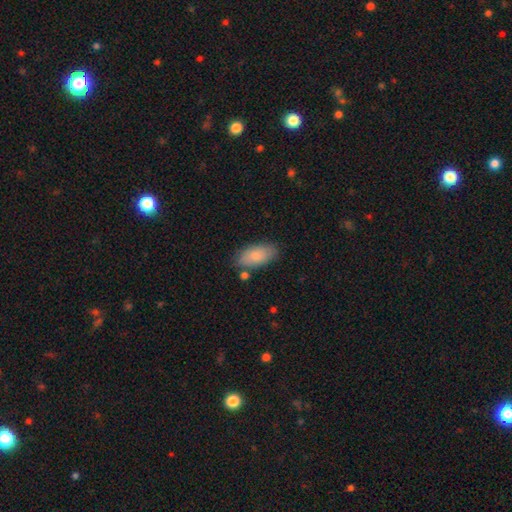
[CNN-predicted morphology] Smooth or featured: smooth — 84% (featured or disk — 10%)
How rounded: in between — 92% (cigar-shaped — 5%)
Merging: none — 76% (minor disturbance — 16%)